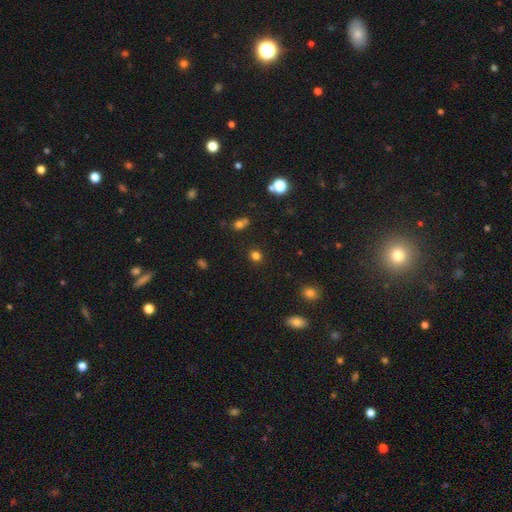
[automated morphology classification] smooth-or-featured: smooth: 77% | star or artifact: 18% | featured or disk: 5%
  how-rounded: round: 83% | in between: 16% | cigar-shaped: 1%
  merging: none: 83% | minor disturbance: 9% | merger: 5% | major disturbance: 3%